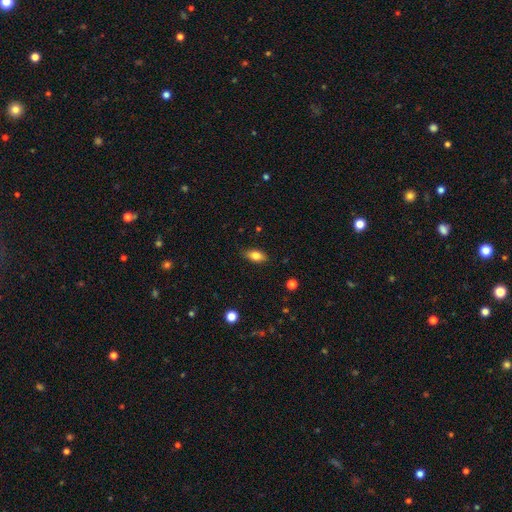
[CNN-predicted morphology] This appears to be a smooth galaxy with no disk features (80%) that is in between round and cigar-shaped (87%). Merging: none (85%).